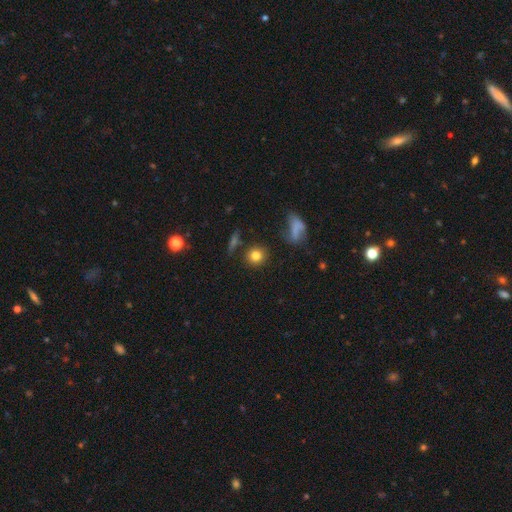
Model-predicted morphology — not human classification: This is clearly a smooth galaxy (80%). How rounded: clearly round (86%). Merging: clearly none (82%).